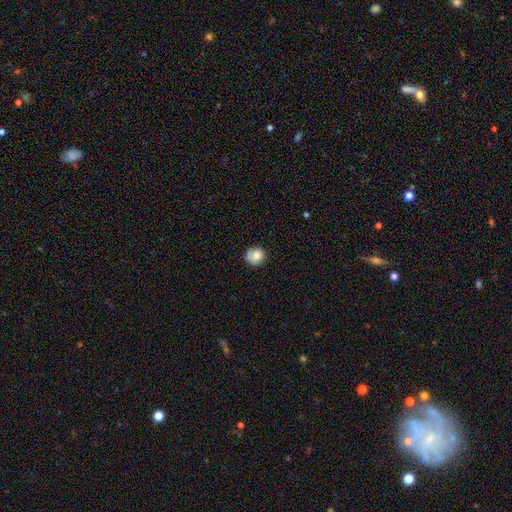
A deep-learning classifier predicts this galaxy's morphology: Overall: smooth (79%). How rounded: round (87%). Merging: none (73%).